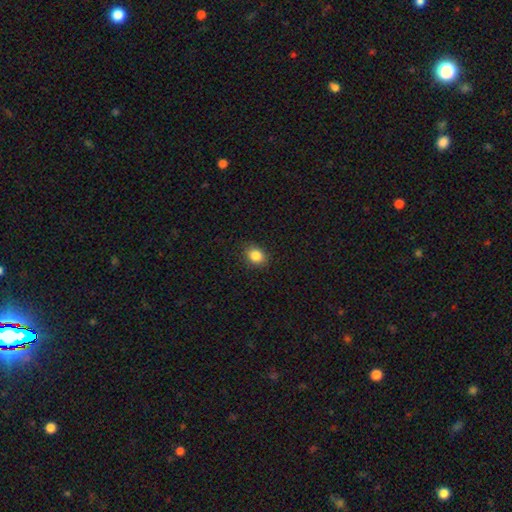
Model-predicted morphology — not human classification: The model was most divided on "how rounded": in between: 53%, round: 46%, cigar-shaped: 1%. More confident: merging — none (88%); smooth or featured — smooth (86%).